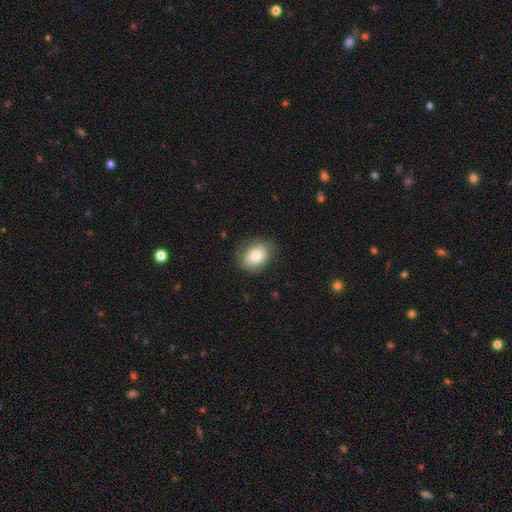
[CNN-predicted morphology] smooth 80%, featured or disk 12%, star or artifact 8%. Down the decision tree: how rounded — in between (67%); merging — none (77%).